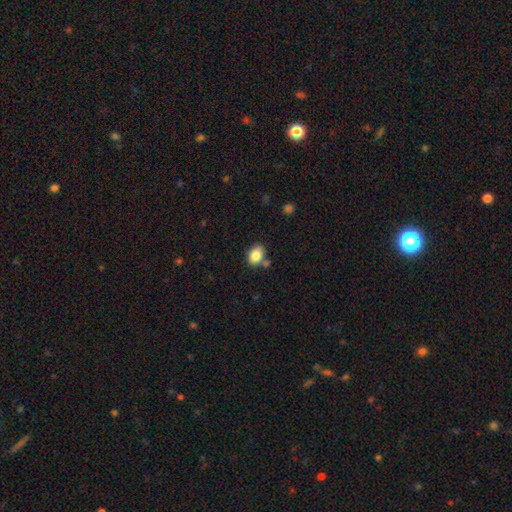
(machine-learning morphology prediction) Smooth or featured?
  - smooth: 85% *
  - star or artifact: 9%
  - featured or disk: 6%
How rounded?
  - in between: 72% *
  - round: 27%
  - cigar-shaped: 1%
Merging?
  - none: 72% *
  - minor disturbance: 13%
  - merger: 12%
  - major disturbance: 3%